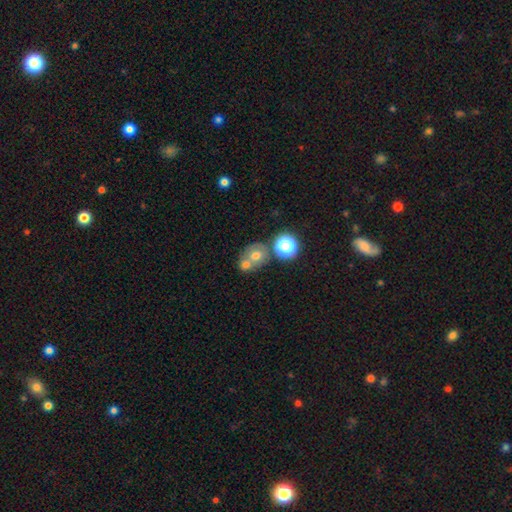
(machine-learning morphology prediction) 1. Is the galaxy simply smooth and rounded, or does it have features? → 62% smooth, 23% featured or disk, 15% star or artifact.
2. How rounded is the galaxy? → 65% round, 34% in between, 1% cigar-shaped.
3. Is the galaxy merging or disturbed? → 52% merger, 35% none, 9% minor disturbance, 5% major disturbance.